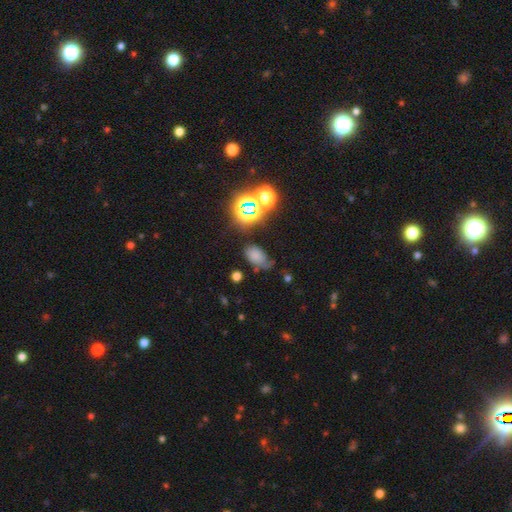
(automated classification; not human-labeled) A smooth galaxy with no disk features (62%) that is in between round and cigar-shaped (86%).

Vote fractions:
- Smooth or featured? smooth: 62% / star or artifact: 24% / featured or disk: 14%
- How rounded? in between: 86% / round: 13% / cigar-shaped: 2%
- Merging? none: 48% / minor disturbance: 33% / major disturbance: 14% / merger: 5%